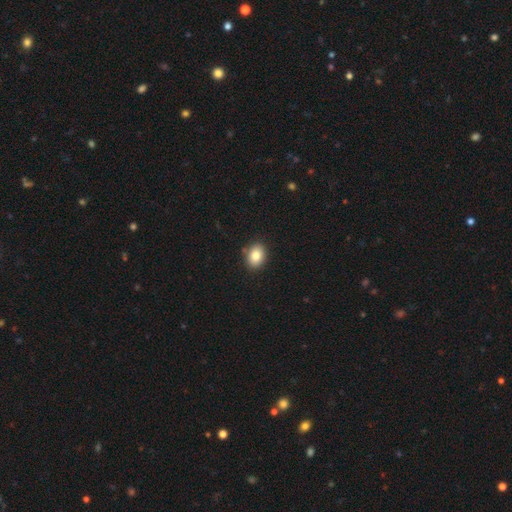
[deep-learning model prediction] smooth_or_featured: smooth (p=0.84) [alt: star or artifact p=0.08]
how_rounded: in between (p=0.74) [alt: round p=0.25]
merging: none (p=0.87) [alt: minor disturbance p=0.09]